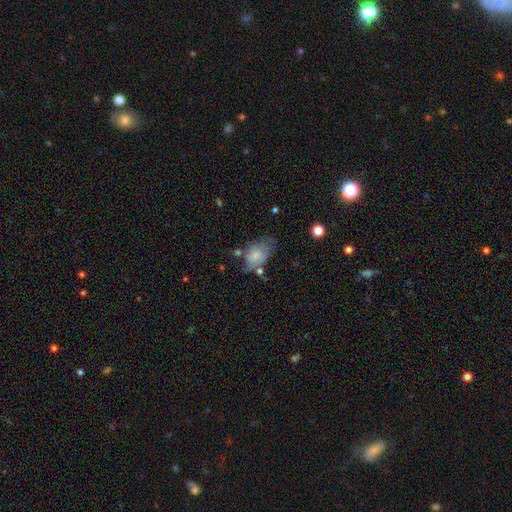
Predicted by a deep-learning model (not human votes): Smooth or featured?
  - smooth: 74% *
  - featured or disk: 18%
  - star or artifact: 8%
How rounded?
  - in between: 86% *
  - round: 12%
  - cigar-shaped: 2%
Merging?
  - none: 37% *
  - minor disturbance: 33%
  - major disturbance: 19%
  - merger: 10%